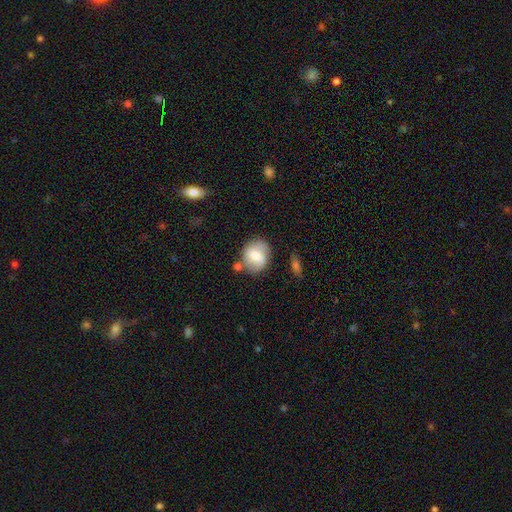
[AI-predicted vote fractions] A smooth galaxy with no disk features (67%) that is round (62%).

Vote fractions:
- Smooth or featured? smooth: 67% / featured or disk: 26% / star or artifact: 8%
- How rounded? round: 62% / in between: 37% / cigar-shaped: 1%
- Merging? none: 68% / minor disturbance: 17% / merger: 9% / major disturbance: 5%